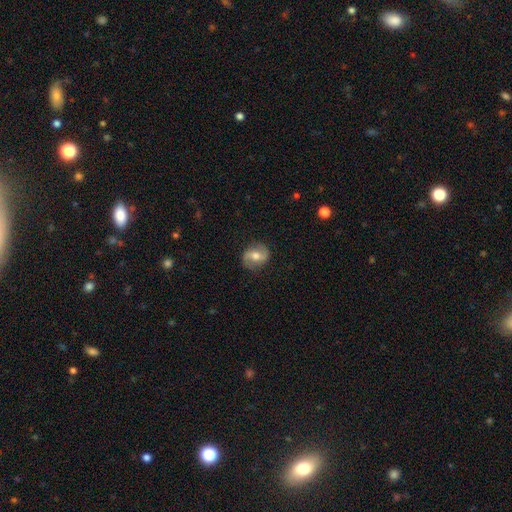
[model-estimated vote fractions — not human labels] This appears to be a featured or disk galaxy (61%) with a weak bar (41%), spiral arms (82%) and a moderate central bulge (71%). Merging: none (83%).